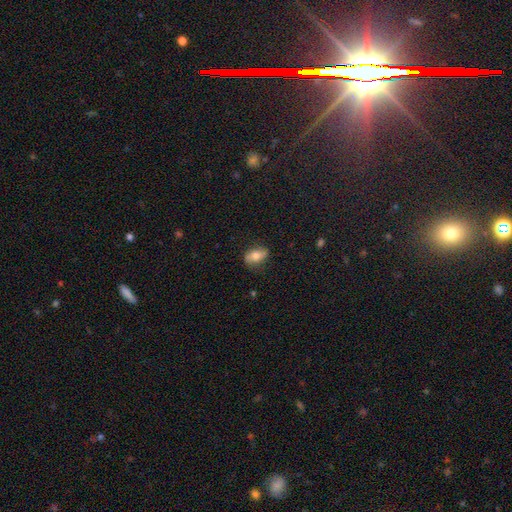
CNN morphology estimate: Q: Smooth or featured?
A: smooth (66%); runner-up: featured or disk (26%)
Q: How rounded?
A: in between (86%); runner-up: round (10%)
Q: Merging?
A: none (77%); runner-up: minor disturbance (18%)